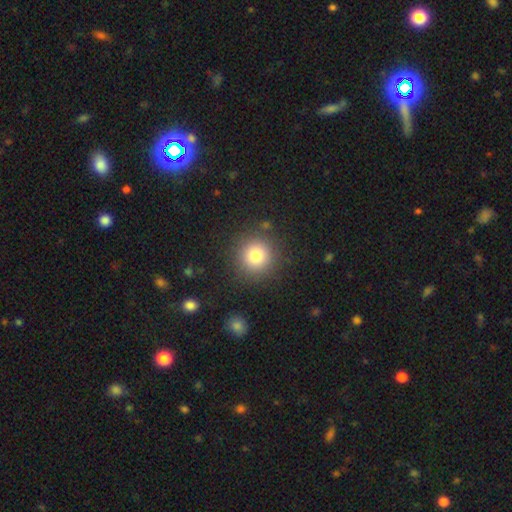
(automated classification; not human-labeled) Smooth or featured? smooth (79%)
How rounded? round (94%)
Merging? none (88%)